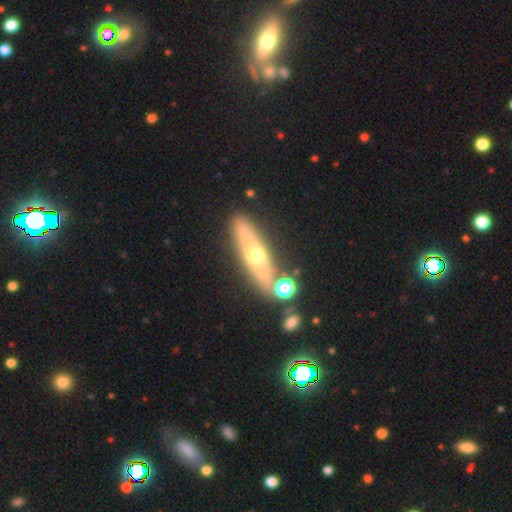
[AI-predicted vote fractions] smooth_or_featured: featured or disk (p=0.53) [alt: smooth p=0.38]
disk_edge_on: yes (p=0.75) [alt: no p=0.25]
merging: none (p=0.78) [alt: minor disturbance p=0.10]